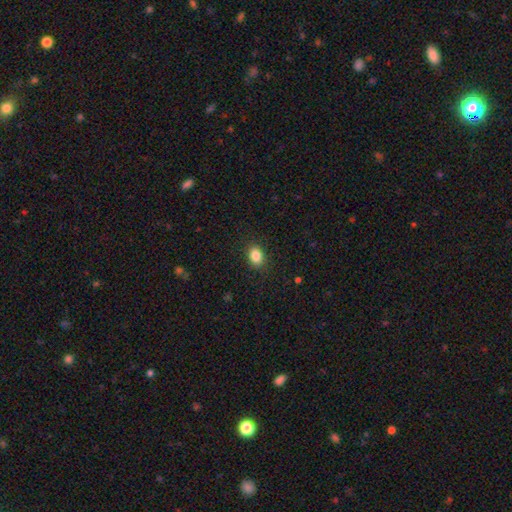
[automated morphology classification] smooth-or-featured: smooth: 86% | star or artifact: 9% | featured or disk: 5%
  how-rounded: in between: 72% | round: 27% | cigar-shaped: 1%
  merging: none: 88% | minor disturbance: 9% | major disturbance: 3% | merger: 1%